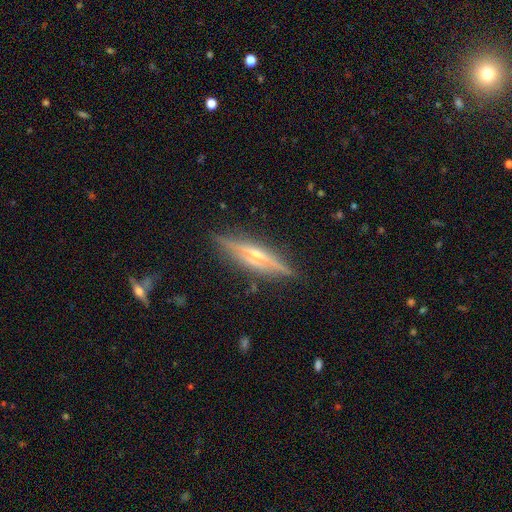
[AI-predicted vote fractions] Smooth or featured: featured or disk — 79% (smooth — 14%)
Edge-on disk: yes — 95% (no — 5%)
Edge-on bulge: rounded — 84% (none — 9%)
Merging: none — 86% (minor disturbance — 10%)